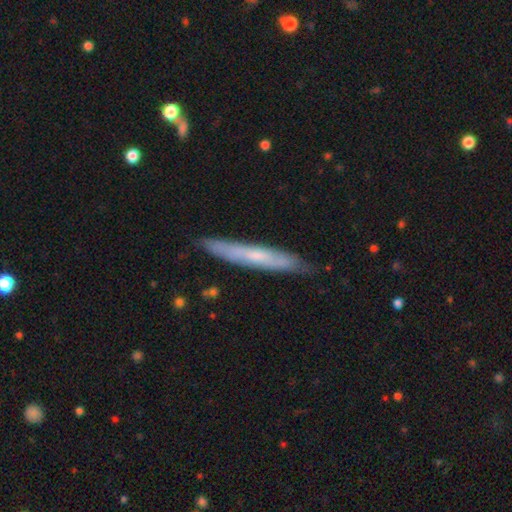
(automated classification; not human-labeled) Smooth or featured? featured or disk (47%, tied with smooth)
Merging? none (83%)